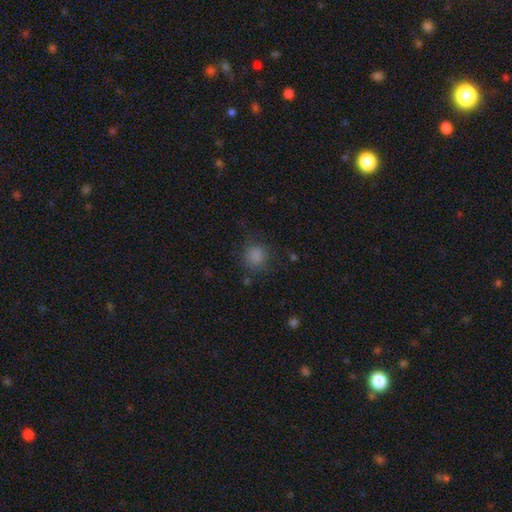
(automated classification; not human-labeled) The model was most divided on "merging": none: 75%, minor disturbance: 16%, major disturbance: 7%, merger: 2%. More confident: how rounded — round (85%); smooth or featured — smooth (82%).